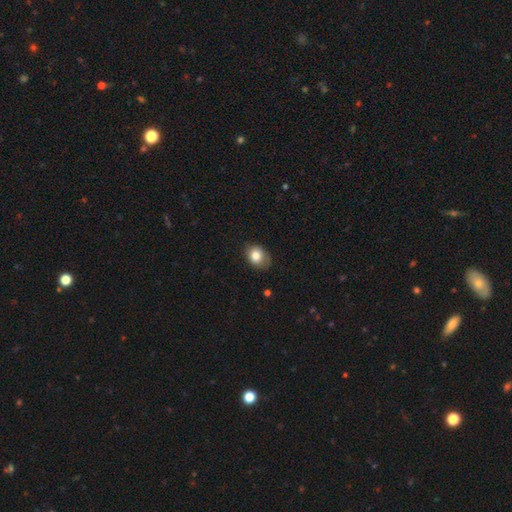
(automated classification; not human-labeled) A smooth galaxy with no disk features (81%) that is in between round and cigar-shaped (50%).

Vote fractions:
- Smooth or featured? smooth: 81% / featured or disk: 10% / star or artifact: 10%
- How rounded? in between: 50% / round: 49% / cigar-shaped: 1%
- Merging? none: 72% / minor disturbance: 22% / major disturbance: 5% / merger: 1%